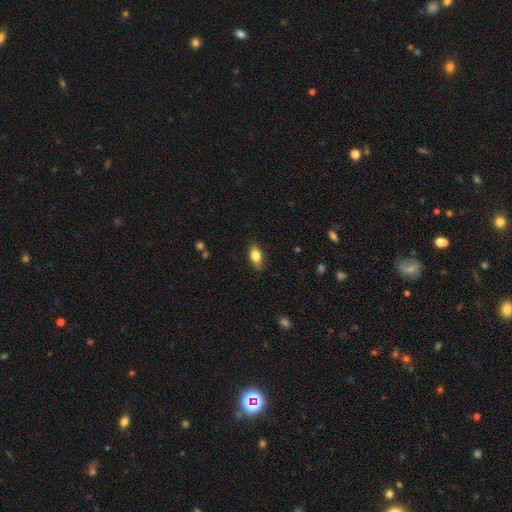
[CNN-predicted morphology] The model was most divided on "smooth or featured": smooth: 80%, featured or disk: 13%, star or artifact: 7%. More confident: how rounded — in between (86%); merging — none (83%).